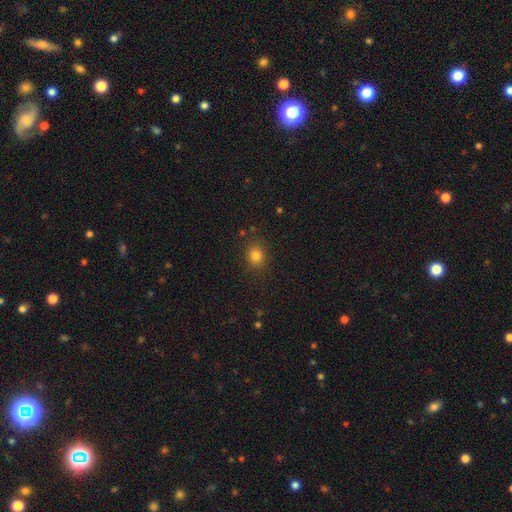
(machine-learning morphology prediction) The model was most divided on "how rounded": round: 67%, in between: 32%, cigar-shaped: 1%. More confident: merging — none (87%); smooth or featured — smooth (82%).